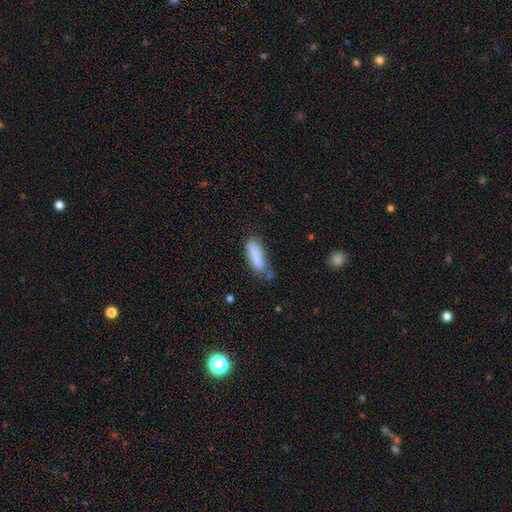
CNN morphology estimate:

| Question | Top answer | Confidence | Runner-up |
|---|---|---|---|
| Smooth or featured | smooth | 85% | featured or disk (8%) |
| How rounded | cigar-shaped | 54% | in between (44%) |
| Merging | none | 59% | minor disturbance (27%) |